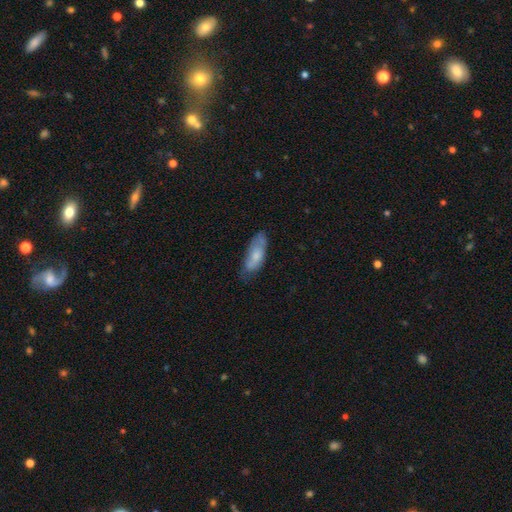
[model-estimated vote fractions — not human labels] Overall: smooth (69%). How rounded: in between (75%). Merging: none (62%; minor disturbance 29%).